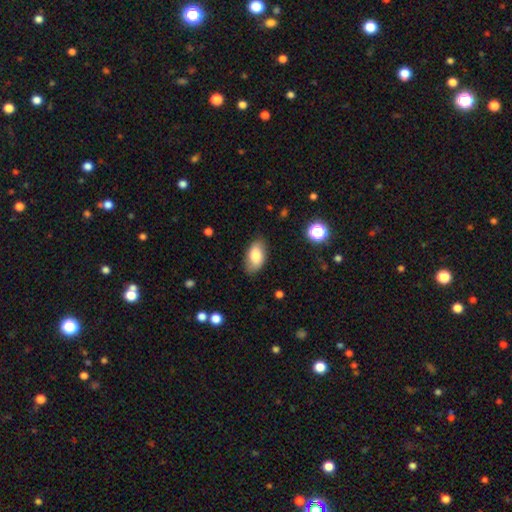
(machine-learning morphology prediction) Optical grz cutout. It shows a smooth galaxy with no disk features (79%) that is in between round and cigar-shaped (94%). Merging: none (83%).